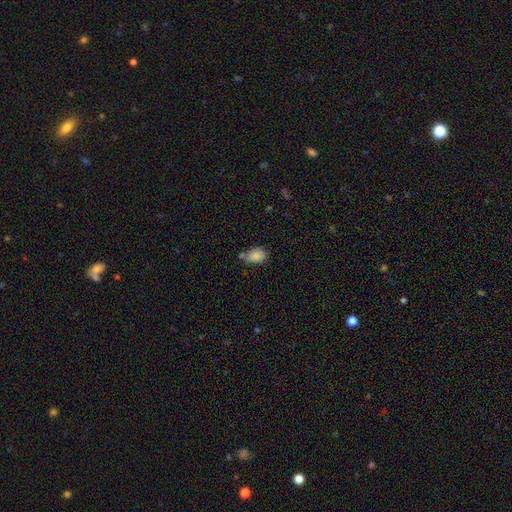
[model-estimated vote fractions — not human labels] Q: Smooth or featured?
A: smooth (86%); runner-up: star or artifact (9%)
Q: How rounded?
A: in between (82%); runner-up: round (17%)
Q: Merging?
A: none (55%); runner-up: minor disturbance (25%)